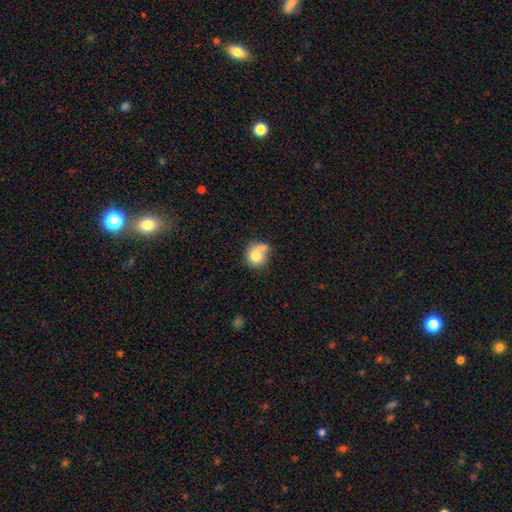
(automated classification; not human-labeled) Overall: smooth (75%). How rounded: round (79%). Merging: none (38%; merger 33%).